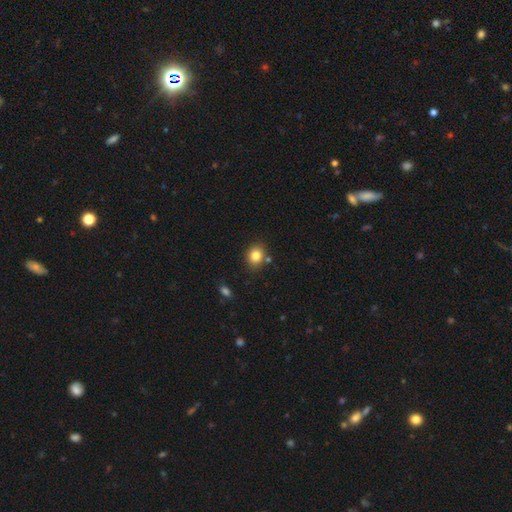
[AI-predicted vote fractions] This is clearly a smooth galaxy (83%). How rounded: likely round (63%). Merging: clearly none (81%).